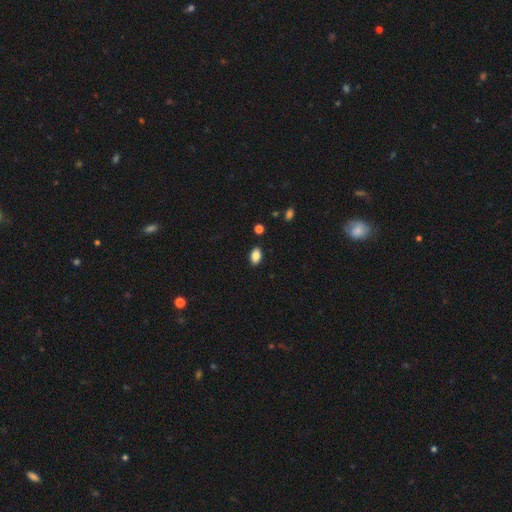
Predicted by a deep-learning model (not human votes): Q: Smooth or featured?
A: smooth (85%); runner-up: star or artifact (9%)
Q: How rounded?
A: in between (90%); runner-up: round (8%)
Q: Merging?
A: none (88%); runner-up: minor disturbance (9%)